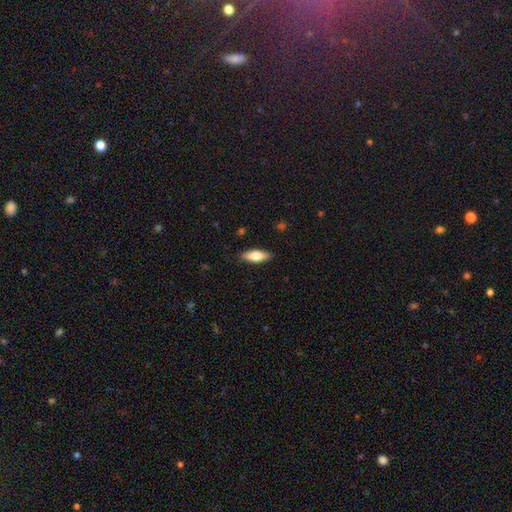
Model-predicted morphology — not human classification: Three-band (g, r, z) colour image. It shows a smooth galaxy with no disk features (63%) that is in between round and cigar-shaped (58%). Merging: none (88%).